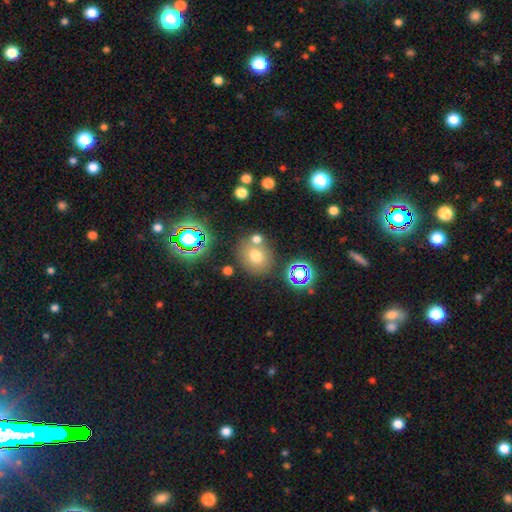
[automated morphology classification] A smooth galaxy with no disk features (68%) that is round (67%).

Vote fractions:
- Smooth or featured? smooth: 68% / star or artifact: 19% / featured or disk: 13%
- How rounded? round: 67% / in between: 32% / cigar-shaped: 1%
- Merging? none: 66% / merger: 19% / minor disturbance: 11% / major disturbance: 4%